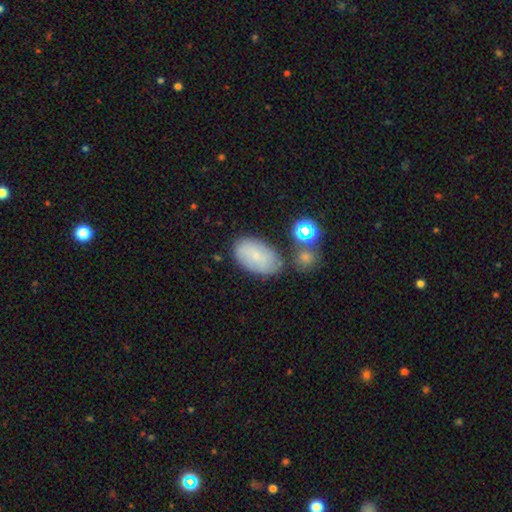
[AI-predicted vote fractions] Q: Smooth or featured?
A: smooth (65%); runner-up: featured or disk (25%)
Q: How rounded?
A: in between (92%); runner-up: round (6%)
Q: Merging?
A: none (67%); runner-up: minor disturbance (19%)